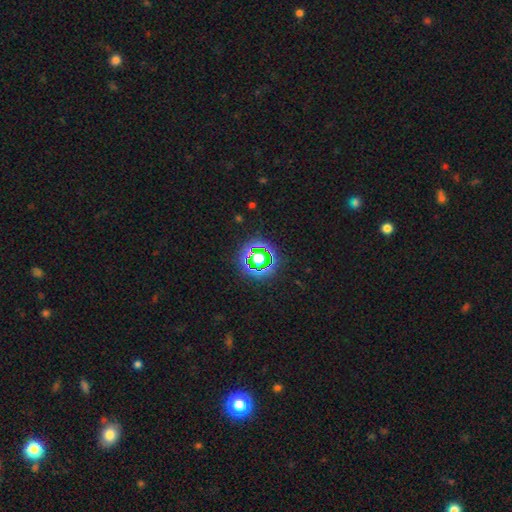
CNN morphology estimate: This appears to be a star or artifact, not a galaxy (59%).